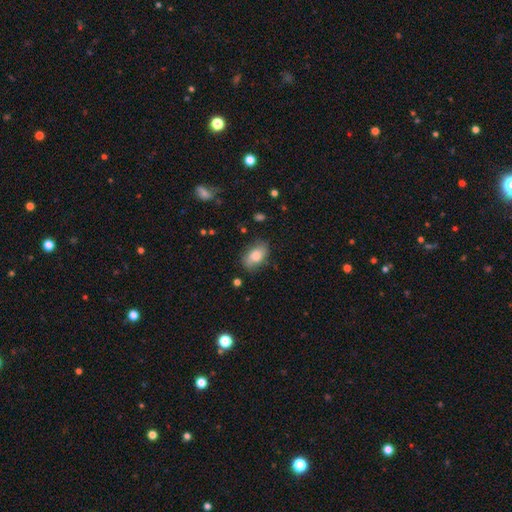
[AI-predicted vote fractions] Smooth or featured: smooth — 75% (featured or disk — 18%)
How rounded: in between — 90% (round — 8%)
Merging: none — 73% (minor disturbance — 20%)